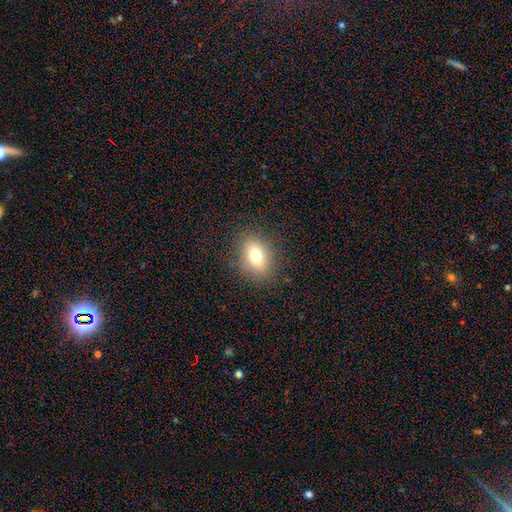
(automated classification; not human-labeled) This is likely a smooth galaxy (74%). How rounded: likely in between (69%). Merging: clearly none (84%).